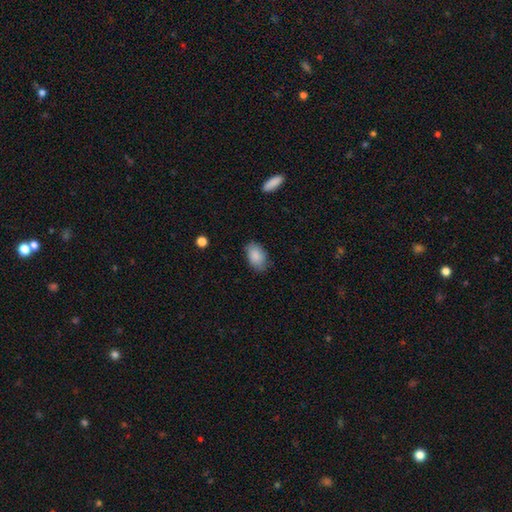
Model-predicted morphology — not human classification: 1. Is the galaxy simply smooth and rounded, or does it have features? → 87% smooth, 7% star or artifact, 6% featured or disk.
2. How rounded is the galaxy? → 89% in between, 9% round, 1% cigar-shaped.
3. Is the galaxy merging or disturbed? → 77% none, 18% minor disturbance, 4% major disturbance, 1% merger.